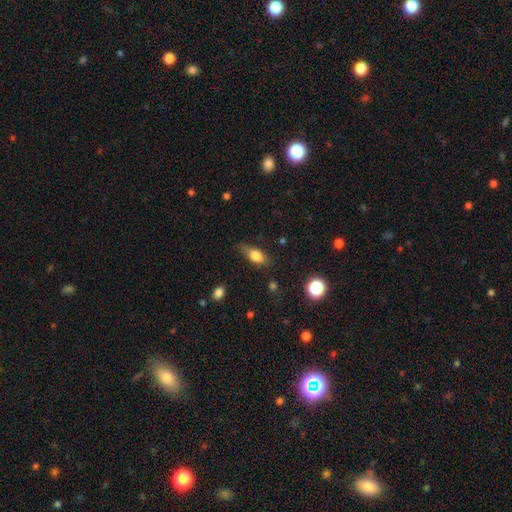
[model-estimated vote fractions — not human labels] The model was most divided on "merging": none: 64%, minor disturbance: 26%, major disturbance: 7%, merger: 2%. More confident: how rounded — in between (77%); smooth or featured — smooth (72%).